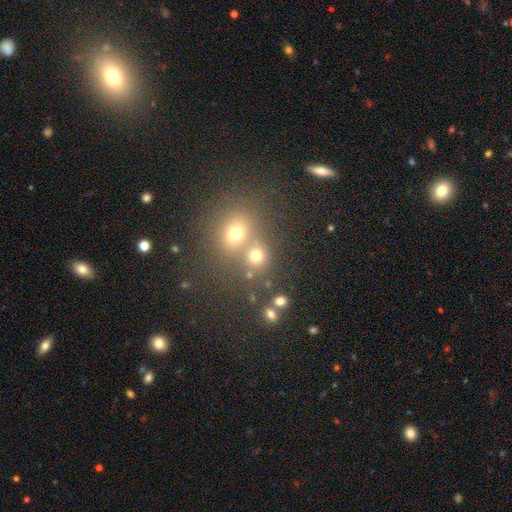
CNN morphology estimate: Q: Smooth or featured?
A: smooth (71%); runner-up: star or artifact (19%)
Q: How rounded?
A: round (77%); runner-up: in between (22%)
Q: Merging?
A: none (51%); runner-up: merger (38%)